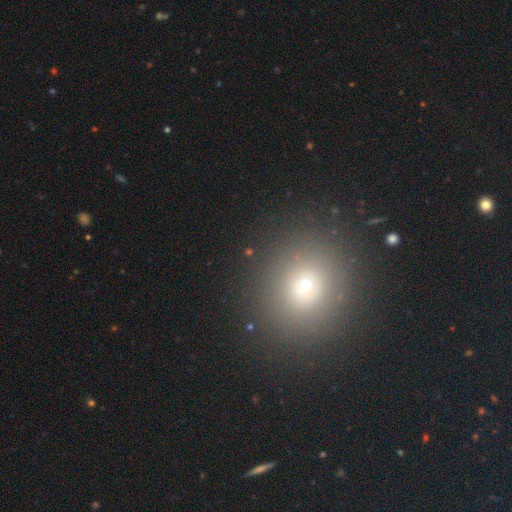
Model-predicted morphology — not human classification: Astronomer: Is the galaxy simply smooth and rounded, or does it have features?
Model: smooth — 67%.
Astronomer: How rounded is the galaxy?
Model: round — 78%.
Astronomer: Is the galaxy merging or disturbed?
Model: none — 92%.